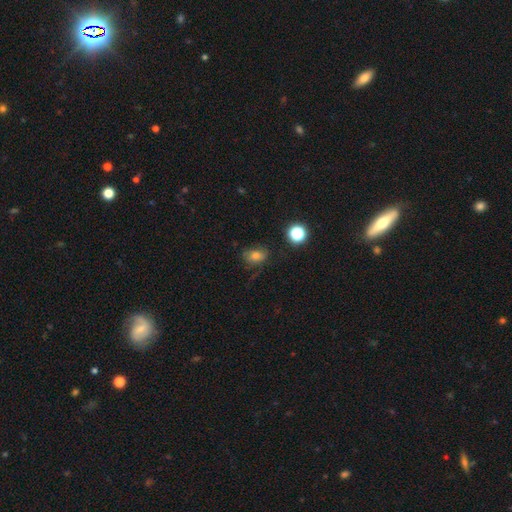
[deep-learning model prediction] smooth_or_featured: smooth (p=0.74) [alt: star or artifact p=0.16]
how_rounded: in between (p=0.69) [alt: round p=0.30]
merging: none (p=0.66) [alt: minor disturbance p=0.23]